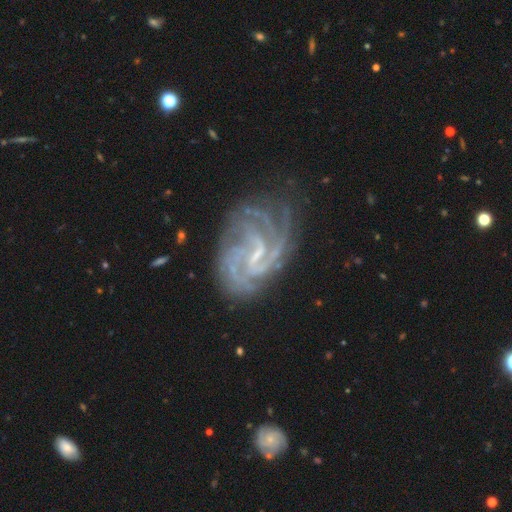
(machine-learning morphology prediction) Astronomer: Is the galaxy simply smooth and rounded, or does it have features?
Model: featured or disk — 89%.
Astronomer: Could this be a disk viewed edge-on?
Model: no — 98%.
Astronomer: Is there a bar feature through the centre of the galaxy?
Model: weak — 49% (runner-up: strong, 31%).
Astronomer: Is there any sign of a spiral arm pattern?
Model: yes — 98%.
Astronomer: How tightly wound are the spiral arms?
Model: tight — 56% (runner-up: medium, 37%).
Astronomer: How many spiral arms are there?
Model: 3 — 23% (runner-up: can't tell, 20%).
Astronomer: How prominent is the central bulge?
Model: small — 59%.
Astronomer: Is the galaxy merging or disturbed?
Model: none — 68%.